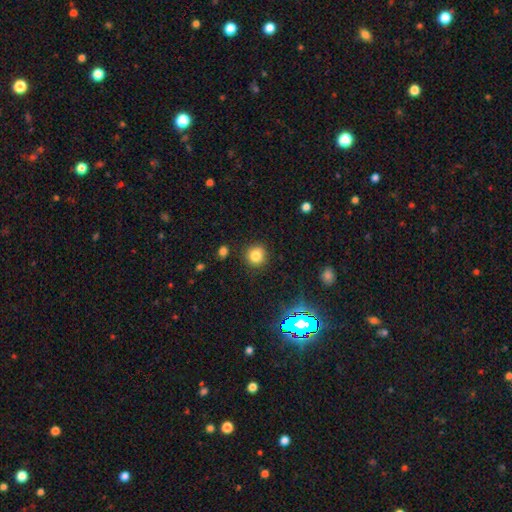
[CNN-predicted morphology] type=smooth (80%); roundness=round (91%); merging=none (89%).